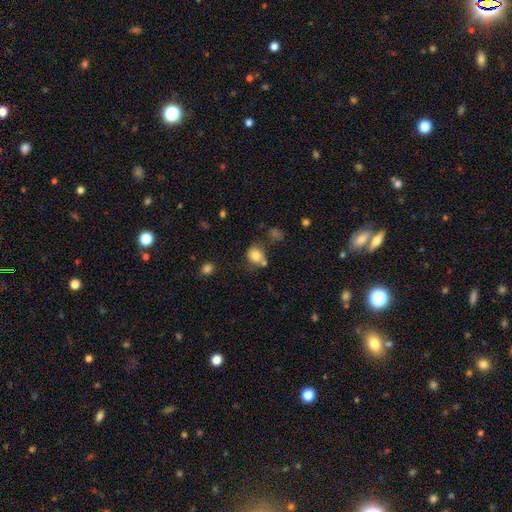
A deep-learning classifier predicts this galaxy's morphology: Overall: smooth (80%). How rounded: round (75%). Merging: none (59%).